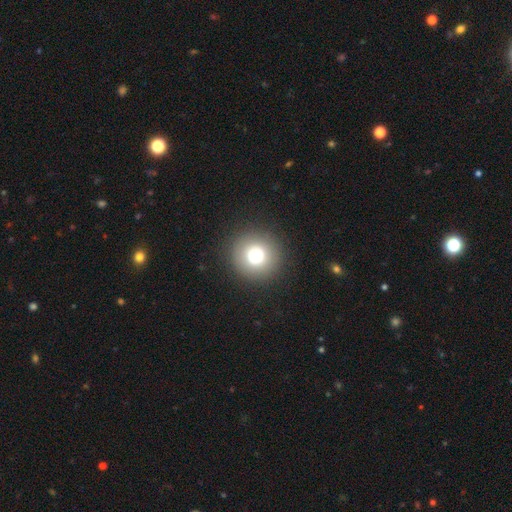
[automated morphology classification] Smooth or featured: smooth — 75% (featured or disk — 13%)
How rounded: round — 94% (in between — 5%)
Merging: none — 90% (minor disturbance — 6%)